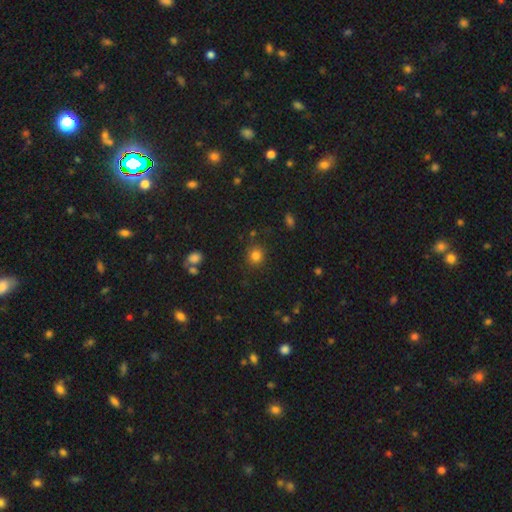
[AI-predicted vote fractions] A smooth galaxy with no disk features (81%) that is round (86%). Merging: none (85%).